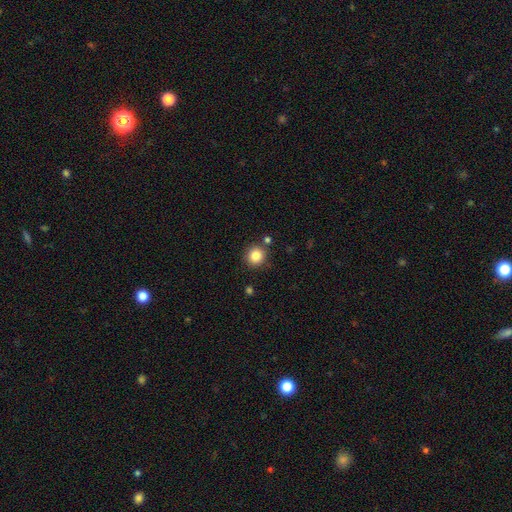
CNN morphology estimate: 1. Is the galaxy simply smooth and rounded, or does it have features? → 84% smooth, 11% star or artifact, 5% featured or disk.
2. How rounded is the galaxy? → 91% round, 8% in between, 1% cigar-shaped.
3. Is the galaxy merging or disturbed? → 84% none, 8% minor disturbance, 5% merger, 2% major disturbance.